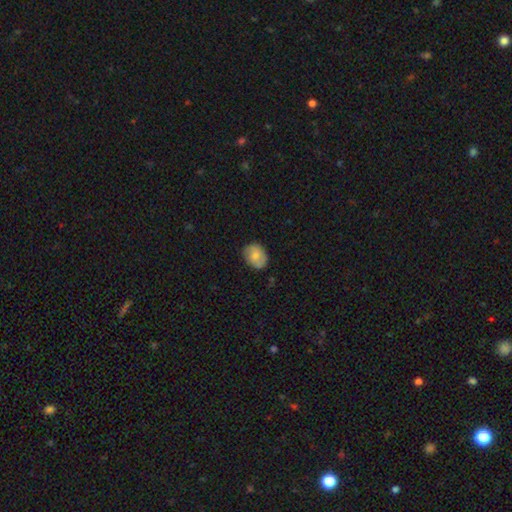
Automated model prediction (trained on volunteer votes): smooth_or_featured: smooth (p=0.68) [alt: featured or disk p=0.24]
how_rounded: in between (p=0.58) [alt: round p=0.41]
merging: none (p=0.78) [alt: minor disturbance p=0.17]